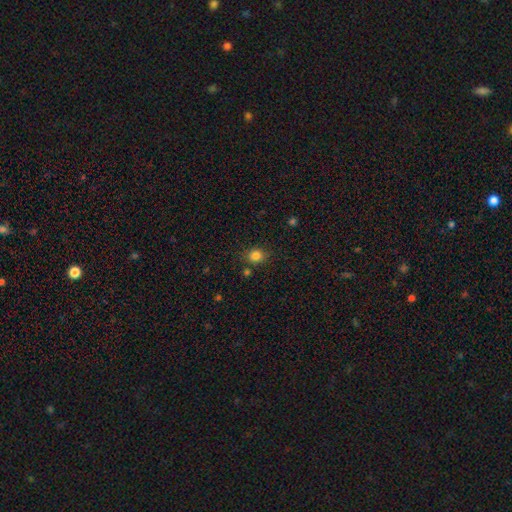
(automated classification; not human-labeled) A smooth galaxy with no disk features (82%) that is round (73%).

Vote fractions:
- Smooth or featured? smooth: 82% / star or artifact: 13% / featured or disk: 5%
- How rounded? round: 73% / in between: 26% / cigar-shaped: 1%
- Merging? none: 80% / minor disturbance: 12% / merger: 5% / major disturbance: 3%